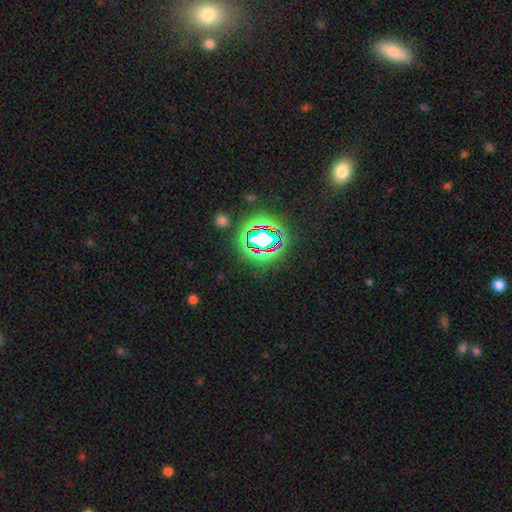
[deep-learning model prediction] smooth-or-featured: star or artifact: 75% | smooth: 14% | featured or disk: 11%